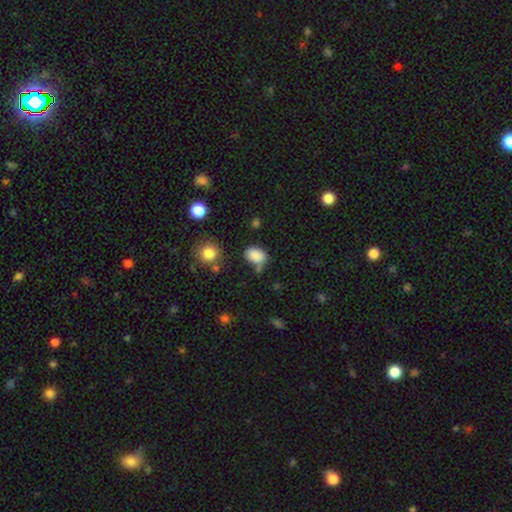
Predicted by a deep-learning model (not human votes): smooth_or_featured: smooth (p=0.85) [alt: star or artifact p=0.10]
how_rounded: in between (p=0.77) [alt: round p=0.22]
merging: none (p=0.63) [alt: minor disturbance p=0.21]